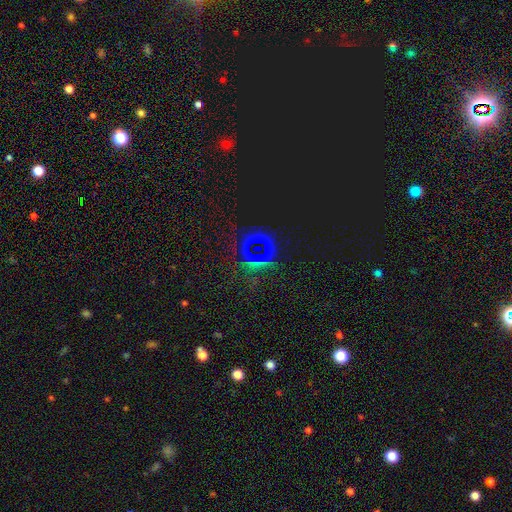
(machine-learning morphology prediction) Overall: star or artifact (83%).